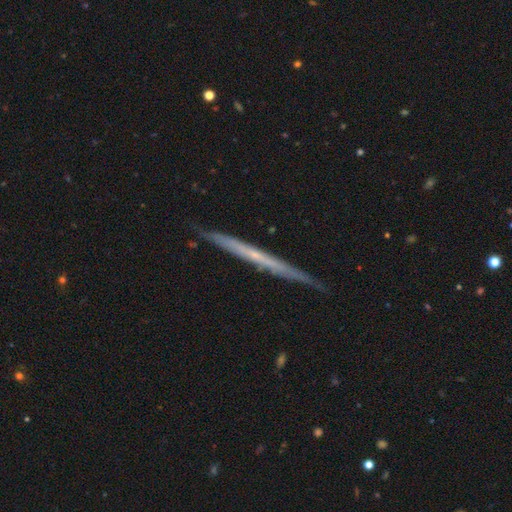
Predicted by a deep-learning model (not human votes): A featured or disk galaxy (65%) viewed edge-on (96%) with no central bulge (81%).

Vote fractions:
- Smooth or featured? featured or disk: 65% / smooth: 29% / star or artifact: 6%
- Edge-on disk? yes: 96% / no: 4%
- Edge-on bulge? none: 81% / rounded: 16% / boxy: 3%
- Merging? none: 87% / minor disturbance: 11% / major disturbance: 2% / merger: 1%